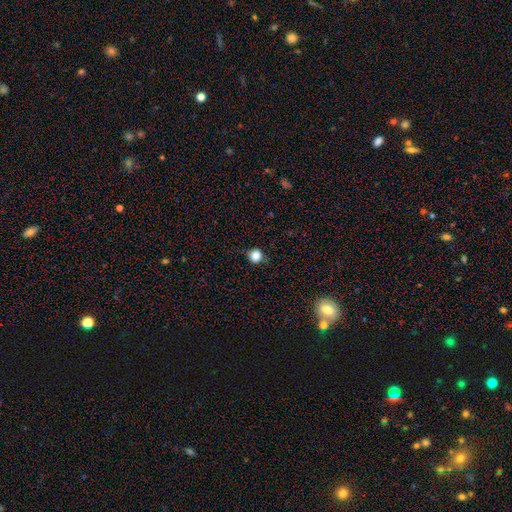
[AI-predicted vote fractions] Smooth or featured? Predicted: smooth (p=0.84). How rounded? Predicted: round (p=0.91). Merging? Predicted: none (p=0.83).